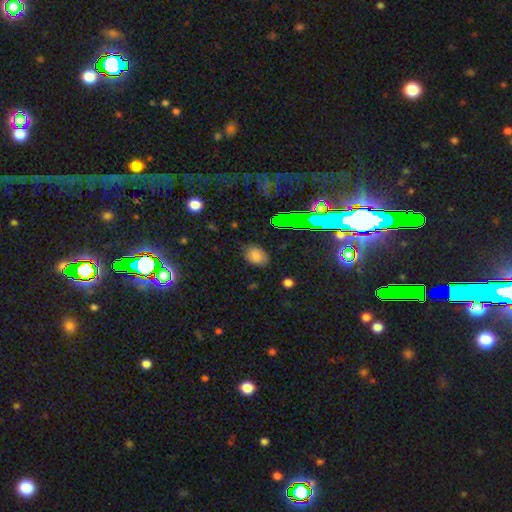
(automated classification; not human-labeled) A smooth galaxy with no disk features (77%) that is in between round and cigar-shaped (75%). Merging: none (73%).